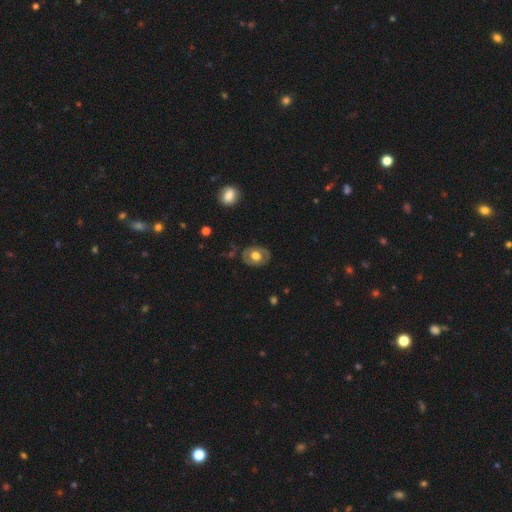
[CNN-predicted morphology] smooth 48%, featured or disk 45%, star or artifact 7%. Down the decision tree: merging — none (78%).